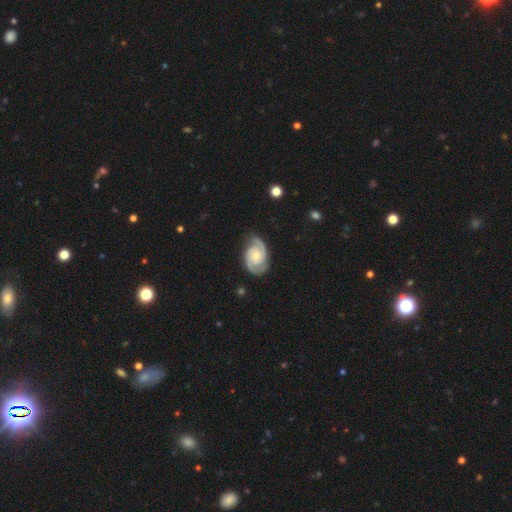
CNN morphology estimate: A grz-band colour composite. It shows a featured or disk galaxy (89%) with no bar (66%), 2 (92%) tight (59%) spiral arms (98%) and a moderate central bulge (48%). Merging: none (81%).